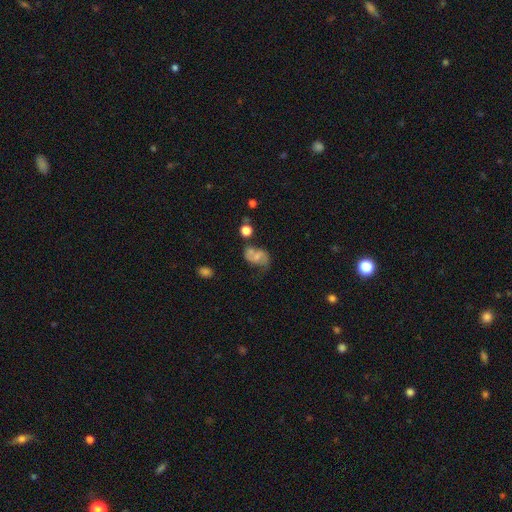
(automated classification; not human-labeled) Morphology: type=featured or disk (52%); edge-on=no (97%); bar=no (57%); spiral arms=yes (76%); bulge=small (42%); merging=none (36%).